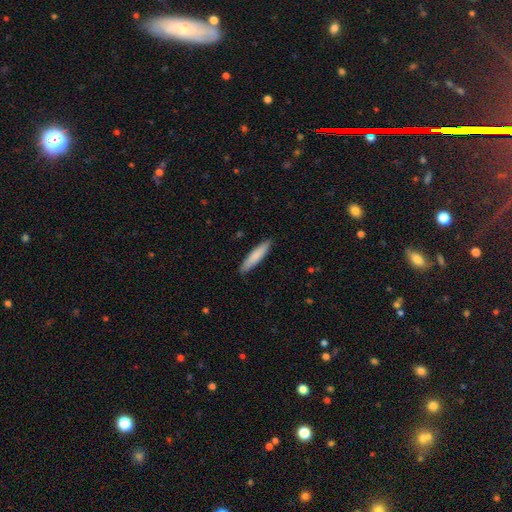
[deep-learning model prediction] smooth_or_featured: smooth (p=0.81) [alt: featured or disk p=0.13]
how_rounded: cigar-shaped (p=0.88) [alt: in between p=0.11]
merging: none (p=0.90) [alt: minor disturbance p=0.08]